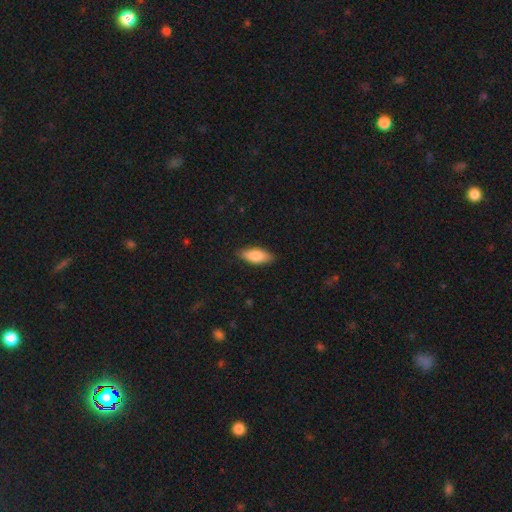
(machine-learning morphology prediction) Smooth or featured? Predicted: smooth (p=0.82). How rounded? Predicted: in between (p=0.78). Merging? Predicted: none (p=0.86).